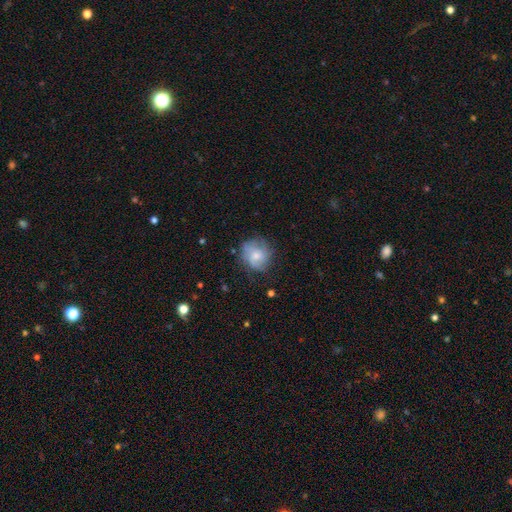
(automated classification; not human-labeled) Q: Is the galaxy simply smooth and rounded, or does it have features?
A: smooth — 54%.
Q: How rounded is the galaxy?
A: round — 81%.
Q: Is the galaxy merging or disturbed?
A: none — 65%.